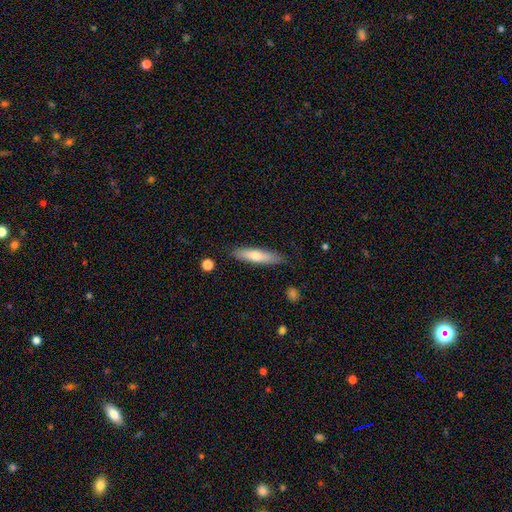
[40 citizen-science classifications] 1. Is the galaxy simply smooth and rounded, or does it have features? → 50% smooth, 48% featured or disk, 2% star or artifact.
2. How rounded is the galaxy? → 65% cigar-shaped, 35% in between, 0% round.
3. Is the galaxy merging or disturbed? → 92% none, 5% minor disturbance, 3% merger, 0% major disturbance.